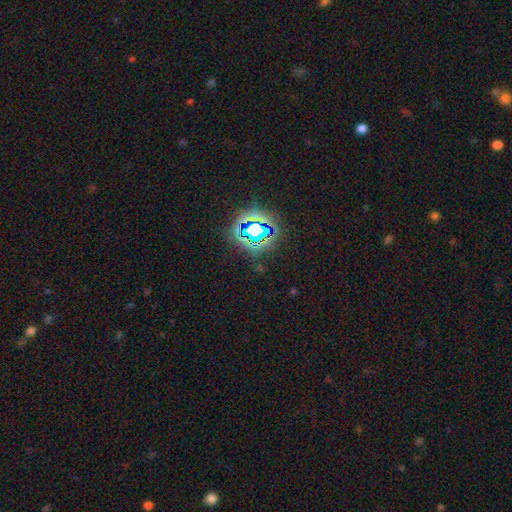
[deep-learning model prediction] The model was most divided on "smooth or featured": star or artifact: 79%, smooth: 13%, featured or disk: 7%.